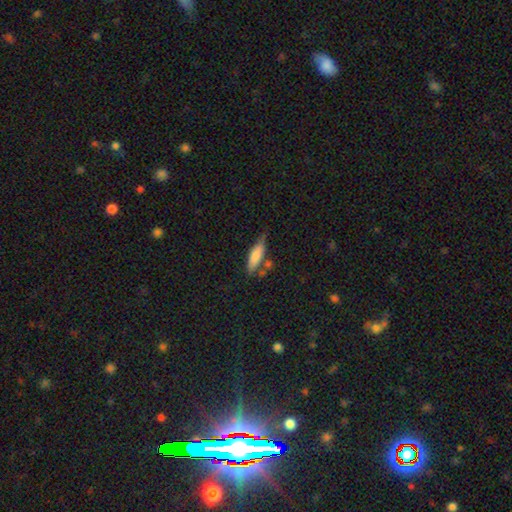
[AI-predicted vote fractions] This appears to be a smooth galaxy with no disk features (75%) that is cigar-shaped (56%). Merging: none (58%).